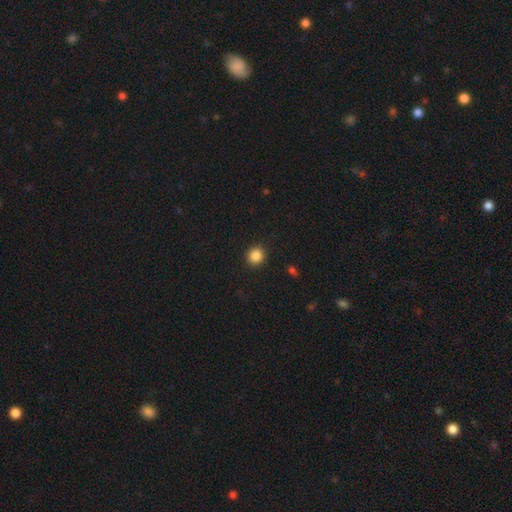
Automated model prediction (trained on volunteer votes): Q: Smooth or featured?
A: smooth (86%); runner-up: star or artifact (10%)
Q: How rounded?
A: round (90%); runner-up: in between (9%)
Q: Merging?
A: none (91%); runner-up: minor disturbance (6%)